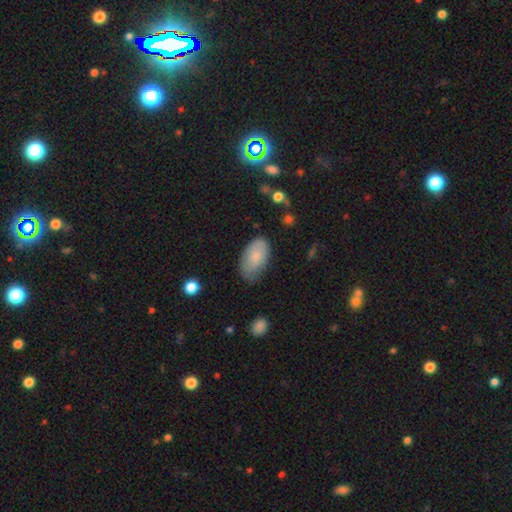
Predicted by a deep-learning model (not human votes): Overall: smooth (79%). How rounded: in between (95%). Merging: none (62%; minor disturbance 29%).